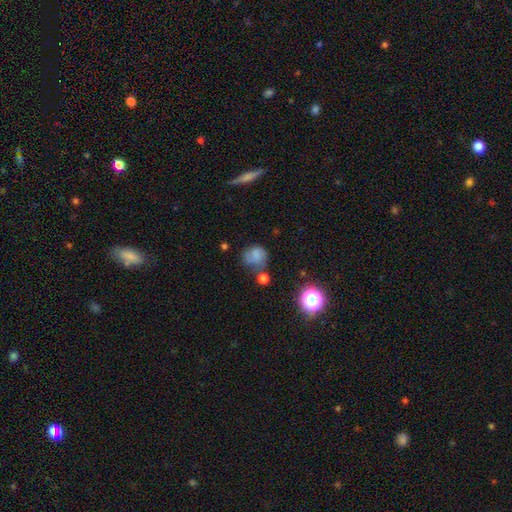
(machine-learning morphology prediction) Smooth or featured? smooth (67%)
How rounded? round (71%)
Merging? none (46%)